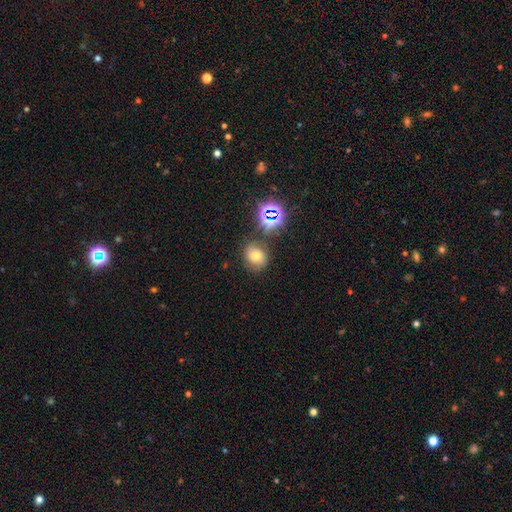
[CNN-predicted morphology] smooth-or-featured: smooth: 52% | star or artifact: 24% | featured or disk: 23%
  how-rounded: round: 68% | in between: 31% | cigar-shaped: 1%
  merging: none: 73% | minor disturbance: 15% | merger: 7% | major disturbance: 5%